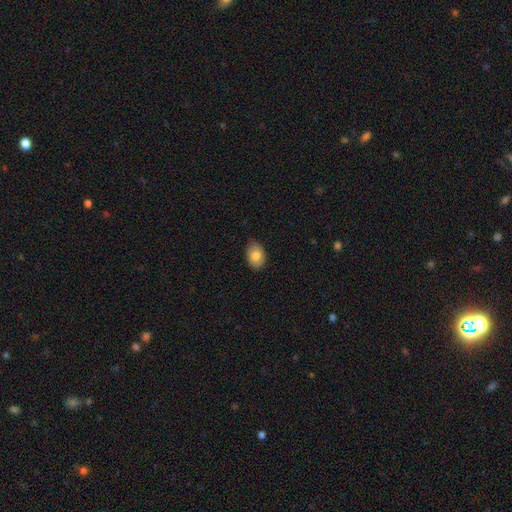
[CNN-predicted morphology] Smooth or featured?
  - smooth: 81% *
  - featured or disk: 12%
  - star or artifact: 7%
How rounded?
  - in between: 80% *
  - round: 19%
  - cigar-shaped: 1%
Merging?
  - none: 80% *
  - minor disturbance: 17%
  - major disturbance: 2%
  - merger: 1%